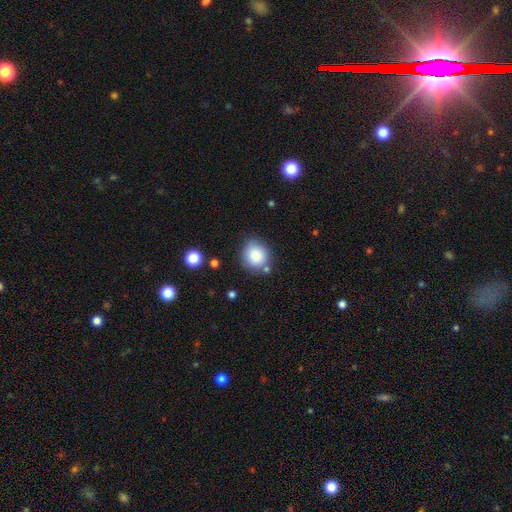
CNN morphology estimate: A smooth galaxy with no disk features (86%) that is round (81%). Merging: none (76%).